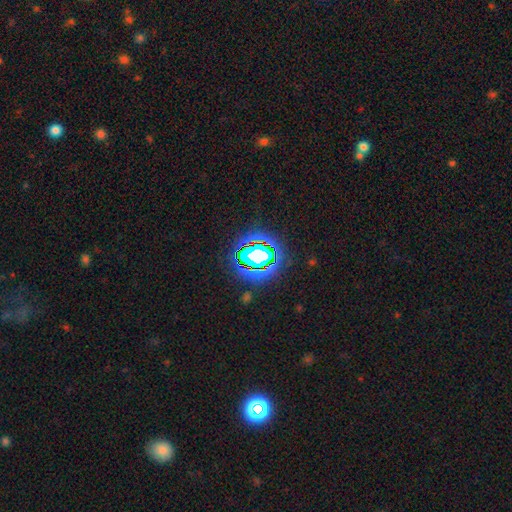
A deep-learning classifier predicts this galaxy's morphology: Smooth or featured? Predicted: star or artifact (p=0.68).